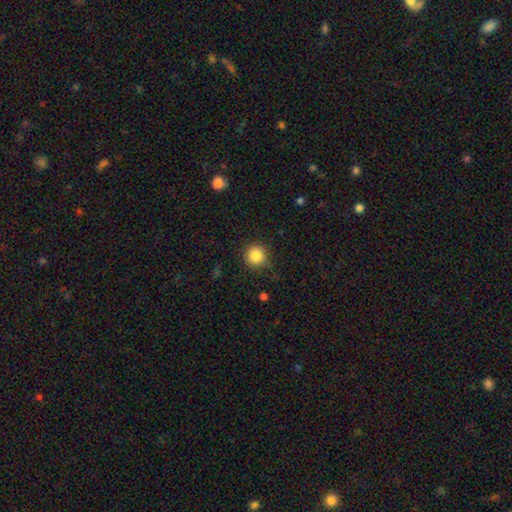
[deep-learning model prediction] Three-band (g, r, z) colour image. It shows a smooth galaxy with no disk features (85%) that is round (93%). Merging: none (84%).